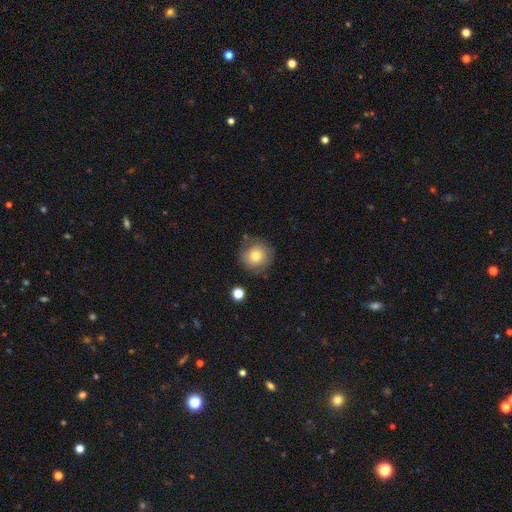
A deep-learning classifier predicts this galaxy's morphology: Smooth or featured? Predicted: smooth (p=0.76). How rounded? Predicted: round (p=0.92). Merging? Predicted: none (p=0.76).